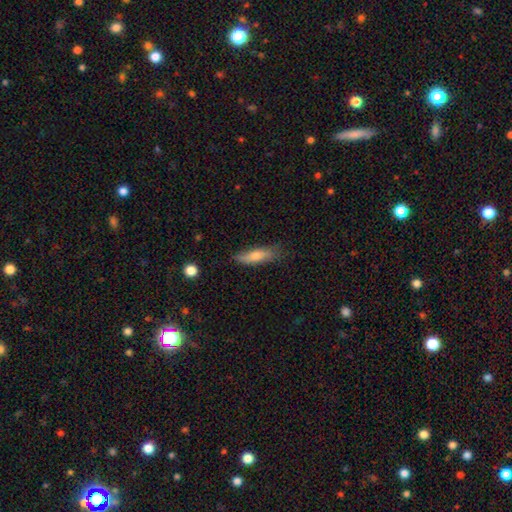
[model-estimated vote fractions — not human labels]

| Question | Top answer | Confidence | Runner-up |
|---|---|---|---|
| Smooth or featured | smooth | 65% | featured or disk (29%) |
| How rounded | cigar-shaped | 59% | in between (38%) |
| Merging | none | 74% | minor disturbance (20%) |